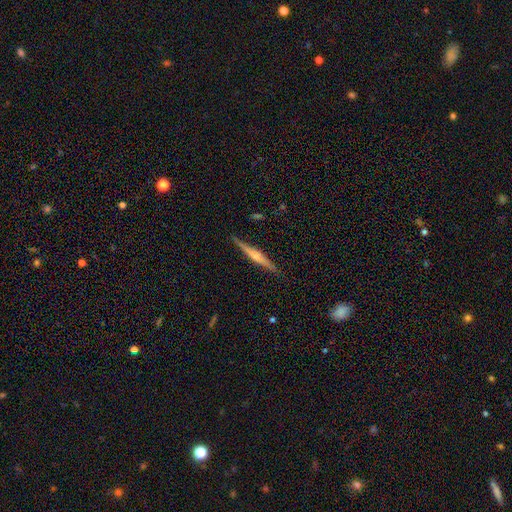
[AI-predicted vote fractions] featured or disk 68%, smooth 26%, star or artifact 6%. Down the decision tree: edge-on disk — yes (98%); edge-on bulge — rounded (72%); merging — none (89%).